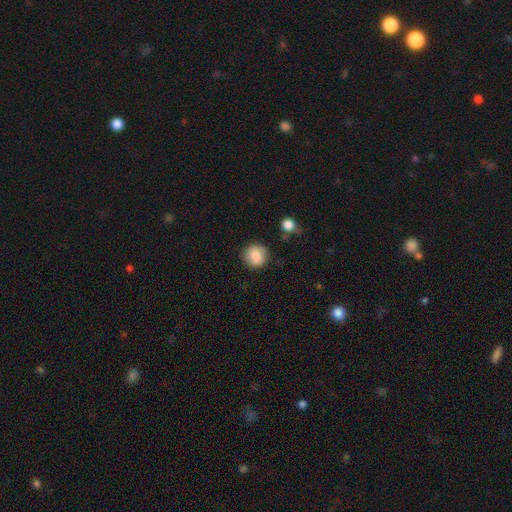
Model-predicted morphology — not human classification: Smooth or featured: smooth — 85% (star or artifact — 8%)
How rounded: round — 91% (in between — 8%)
Merging: none — 86% (minor disturbance — 9%)